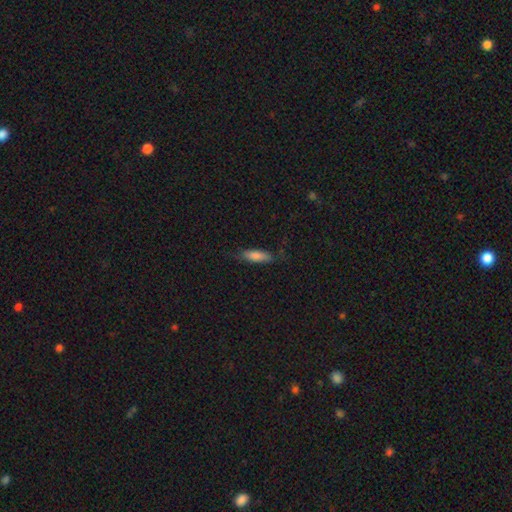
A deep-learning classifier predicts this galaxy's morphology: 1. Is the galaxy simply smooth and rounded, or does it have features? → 77% smooth, 16% featured or disk, 7% star or artifact.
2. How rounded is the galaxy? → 51% in between, 47% cigar-shaped, 2% round.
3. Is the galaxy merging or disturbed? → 72% none, 21% minor disturbance, 6% major disturbance, 1% merger.